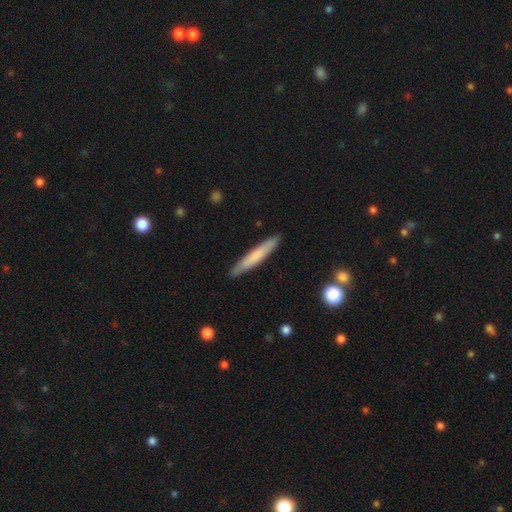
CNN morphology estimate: Q: Smooth or featured?
A: smooth (65%); runner-up: featured or disk (29%)
Q: How rounded?
A: cigar-shaped (94%); runner-up: in between (5%)
Q: Merging?
A: none (87%); runner-up: minor disturbance (10%)